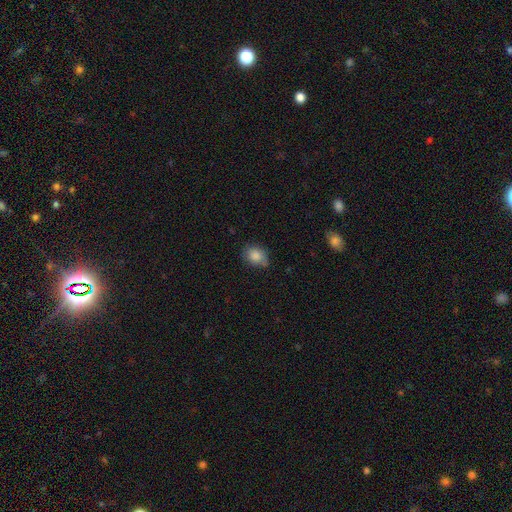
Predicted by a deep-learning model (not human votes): smooth_or_featured: smooth (p=0.85) [alt: star or artifact p=0.08]
how_rounded: in between (p=0.51) [alt: round p=0.48]
merging: none (p=0.68) [alt: minor disturbance p=0.26]